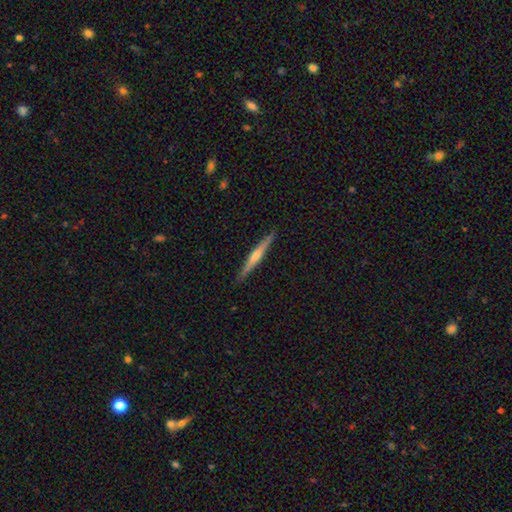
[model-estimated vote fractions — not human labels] Q: Smooth or featured?
A: featured or disk (64%); runner-up: smooth (31%)
Q: Edge-on disk?
A: yes (98%); runner-up: no (2%)
Q: Edge-on bulge?
A: rounded (74%); runner-up: none (20%)
Q: Merging?
A: none (91%); runner-up: minor disturbance (7%)